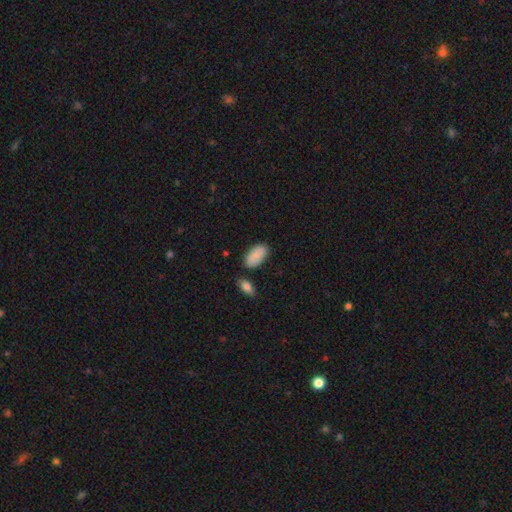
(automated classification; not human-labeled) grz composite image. It shows a smooth galaxy with no disk features (89%) that is in between round and cigar-shaped (94%). Merging: none (80%).